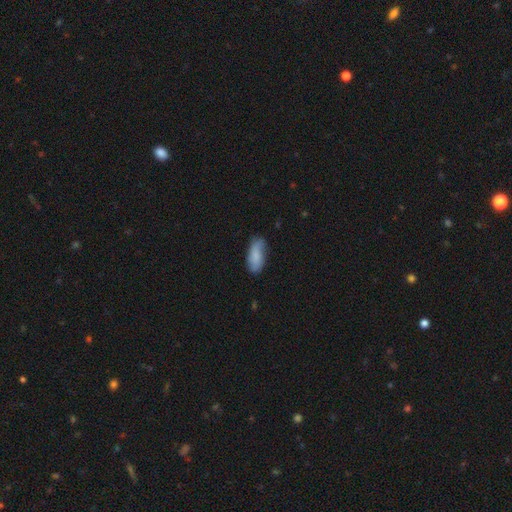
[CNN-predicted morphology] smooth_or_featured: smooth (p=0.79) [alt: featured or disk p=0.14]
how_rounded: in between (p=0.81) [alt: cigar-shaped p=0.17]
merging: none (p=0.66) [alt: minor disturbance p=0.26]